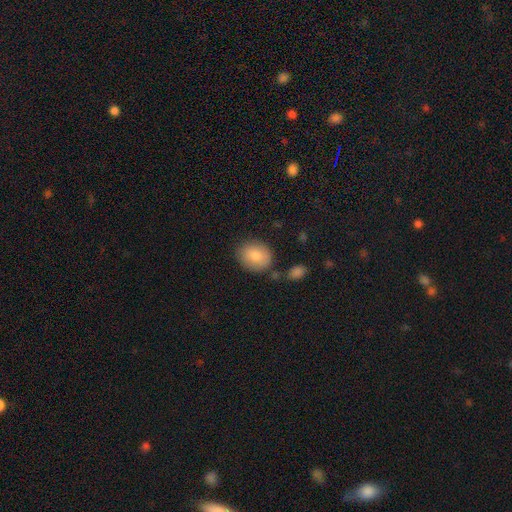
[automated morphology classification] The model was most divided on "how rounded": round: 66%, in between: 33%, cigar-shaped: 1%. More confident: smooth or featured — smooth (84%); merging — none (74%).